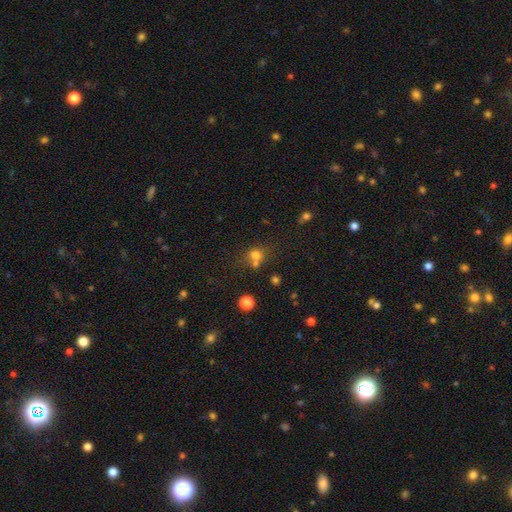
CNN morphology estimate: smooth 72%, star or artifact 17%, featured or disk 11%. Down the decision tree: how rounded — round (76%); merging — none (47%).